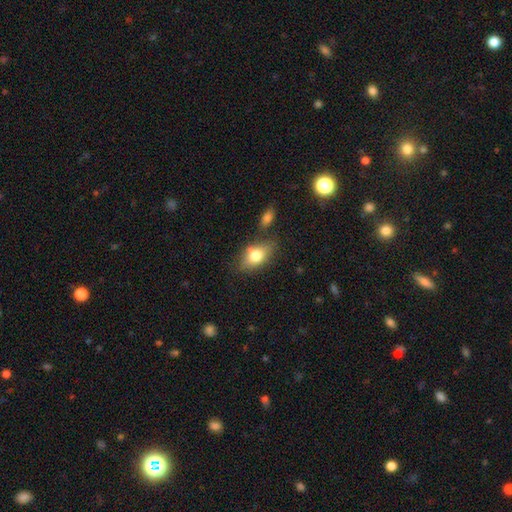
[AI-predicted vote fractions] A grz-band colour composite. It shows a smooth galaxy with no disk features (75%) that is in between round and cigar-shaped (85%). Merging: none (65%).